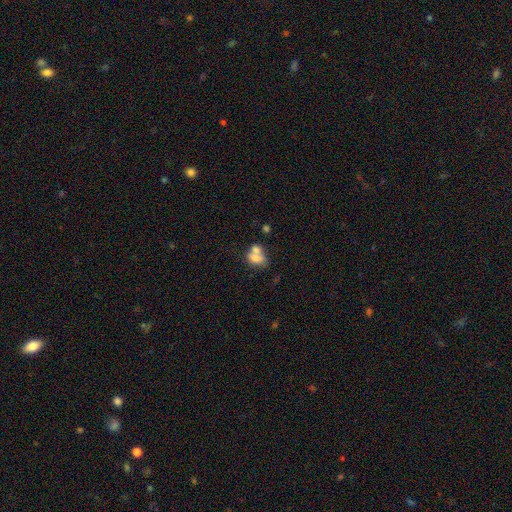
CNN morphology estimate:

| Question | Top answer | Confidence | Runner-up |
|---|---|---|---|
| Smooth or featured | smooth | 68% | featured or disk (22%) |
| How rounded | in between | 72% | round (26%) |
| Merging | merger | 59% | none (24%) |